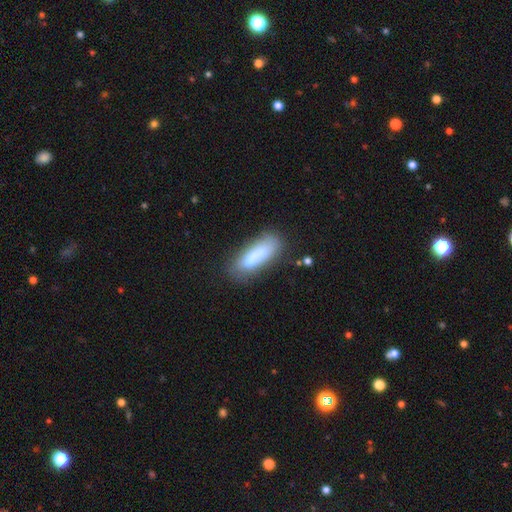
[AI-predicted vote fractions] A smooth galaxy with no disk features (67%) that is in between round and cigar-shaped (53%).

Vote fractions:
- Smooth or featured? smooth: 67% / featured or disk: 25% / star or artifact: 8%
- How rounded? in between: 53% / cigar-shaped: 45% / round: 2%
- Merging? none: 54% / minor disturbance: 21% / merger: 17% / major disturbance: 9%